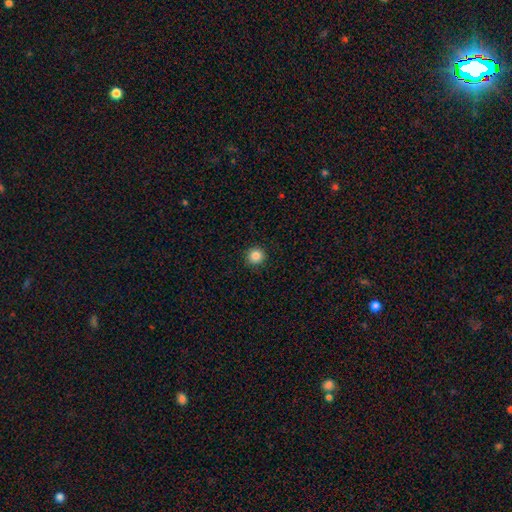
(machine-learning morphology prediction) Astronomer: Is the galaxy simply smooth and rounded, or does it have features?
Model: smooth — 86%.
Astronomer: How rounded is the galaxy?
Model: round — 94%.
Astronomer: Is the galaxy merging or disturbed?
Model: none — 92%.